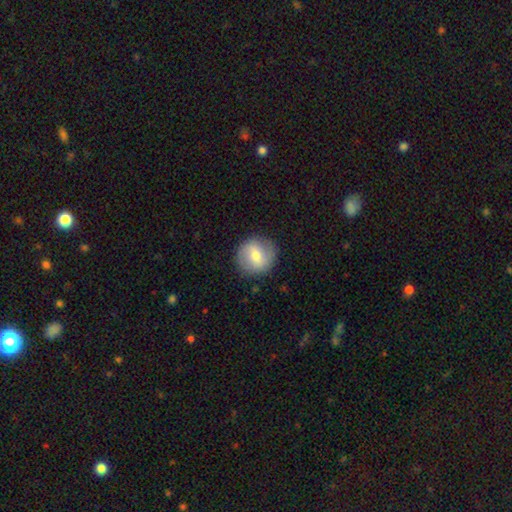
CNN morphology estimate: type=smooth (57%); roundness=round (92%); merging=none (87%).